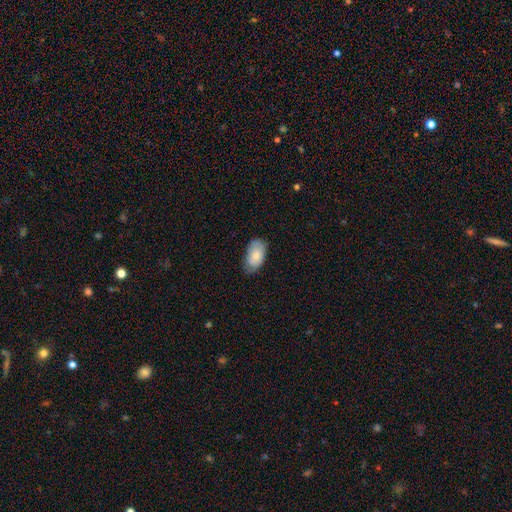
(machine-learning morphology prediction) This appears to be a smooth galaxy with no disk features (78%) that is in between round and cigar-shaped (95%). Merging: none (69%).